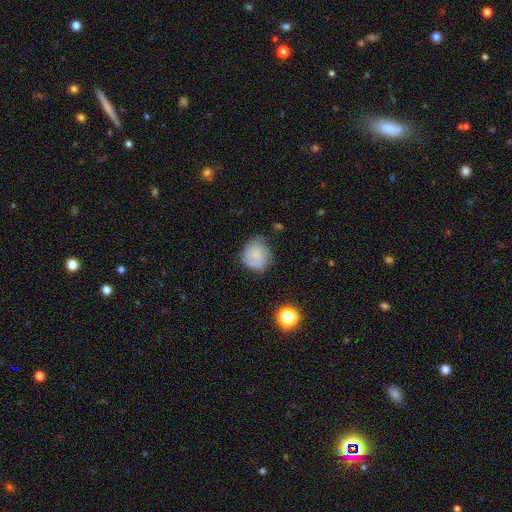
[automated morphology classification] This appears to be a smooth galaxy with no disk features (66%) that is round (79%). Merging: none (52%).